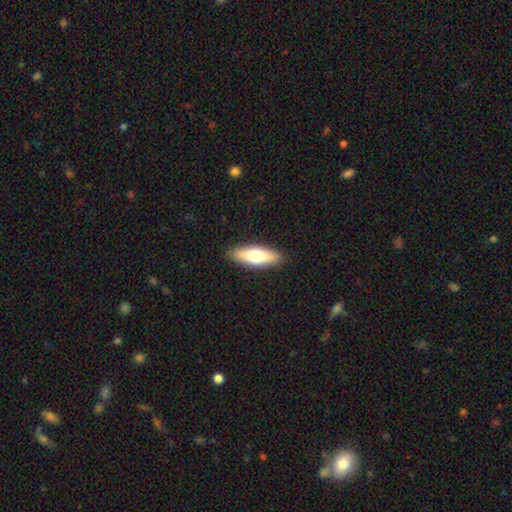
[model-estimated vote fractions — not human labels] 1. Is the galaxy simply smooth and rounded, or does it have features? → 63% smooth, 31% featured or disk, 6% star or artifact.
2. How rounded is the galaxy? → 56% in between, 41% cigar-shaped, 3% round.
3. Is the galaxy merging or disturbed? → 89% none, 8% minor disturbance, 2% major disturbance, 1% merger.